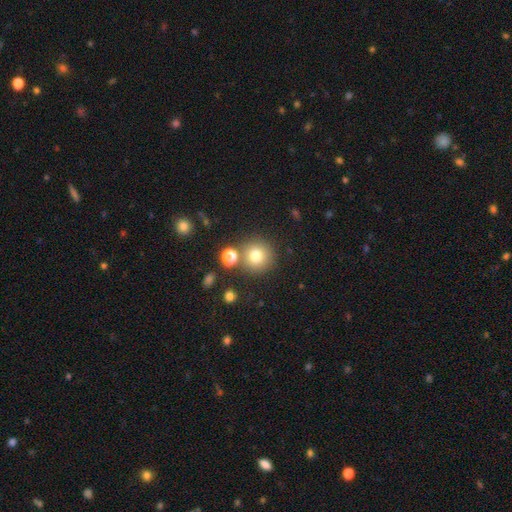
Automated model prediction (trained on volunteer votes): A smooth galaxy with no disk features (77%) that is round (93%). Merging: none (76%).